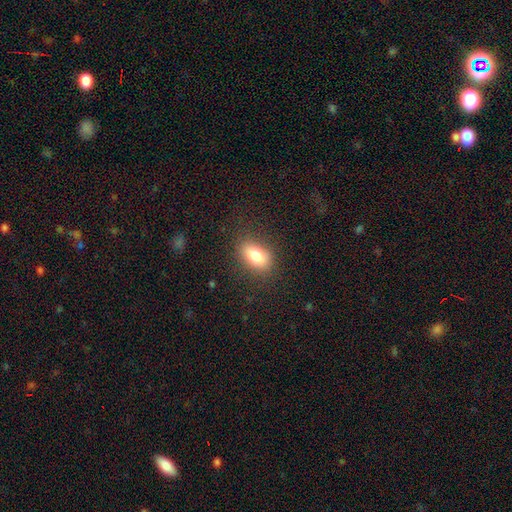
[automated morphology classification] smooth_or_featured: smooth (p=0.81) [alt: featured or disk p=0.11]
how_rounded: in between (p=0.85) [alt: round p=0.12]
merging: none (p=0.83) [alt: minor disturbance p=0.12]